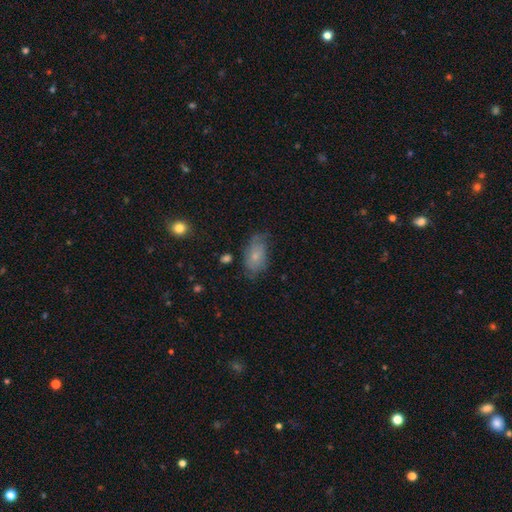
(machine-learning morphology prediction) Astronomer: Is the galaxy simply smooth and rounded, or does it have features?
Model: smooth — 53% (runner-up: featured or disk, 38%).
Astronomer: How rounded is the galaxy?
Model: in between — 89%.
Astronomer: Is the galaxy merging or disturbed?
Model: none — 55% (runner-up: minor disturbance, 30%).